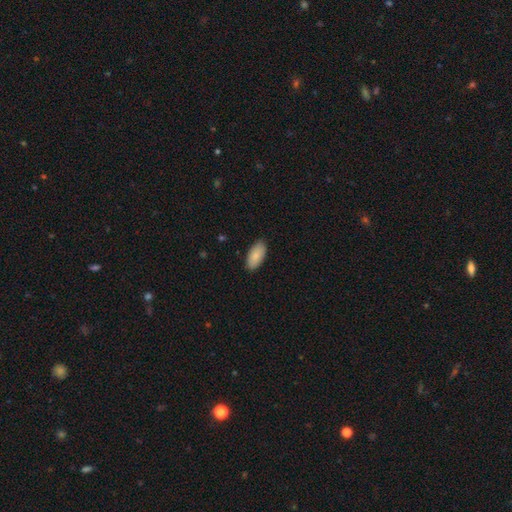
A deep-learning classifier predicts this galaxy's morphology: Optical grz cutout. It shows a smooth galaxy with no disk features (87%) that is in between round and cigar-shaped (93%). Merging: none (87%).